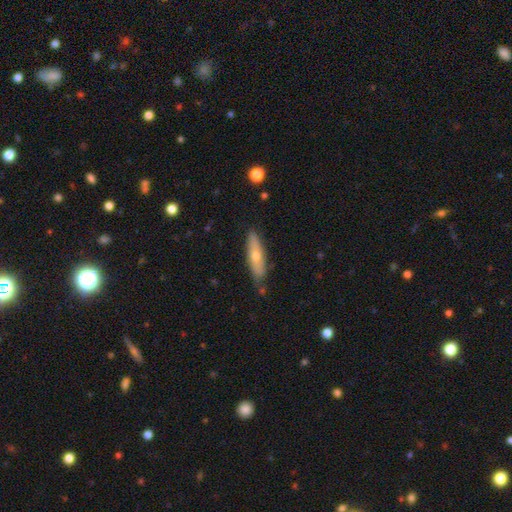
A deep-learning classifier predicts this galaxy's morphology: A smooth galaxy with no disk features (52%) that is cigar-shaped (71%).

Vote fractions:
- Smooth or featured? smooth: 52% / featured or disk: 42% / star or artifact: 6%
- How rounded? cigar-shaped: 71% / in between: 27% / round: 2%
- Merging? none: 82% / minor disturbance: 14% / major disturbance: 2% / merger: 2%